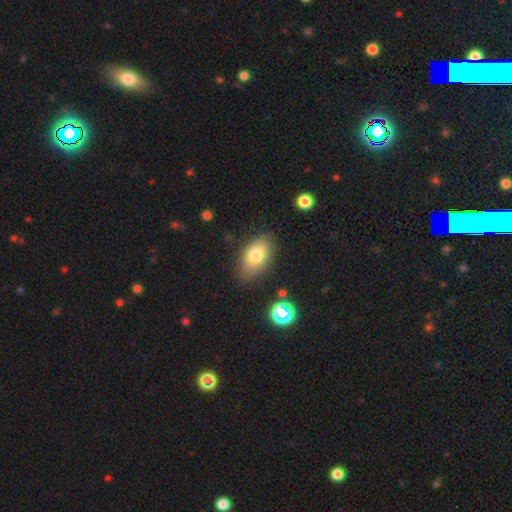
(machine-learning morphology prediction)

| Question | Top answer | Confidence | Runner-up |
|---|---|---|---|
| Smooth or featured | smooth | 76% | featured or disk (14%) |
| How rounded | in between | 90% | round (8%) |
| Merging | none | 79% | minor disturbance (15%) |